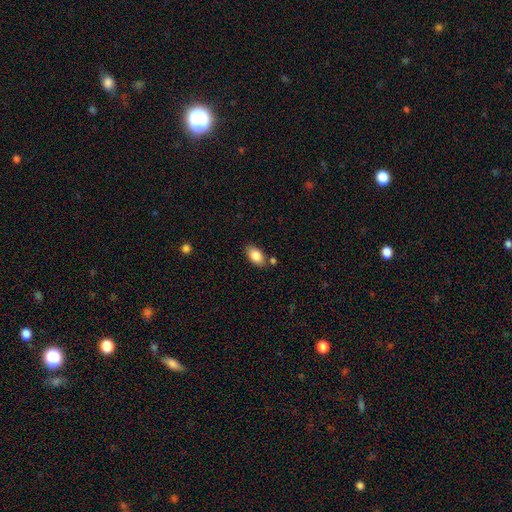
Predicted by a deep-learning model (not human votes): A smooth galaxy with no disk features (84%) that is in between round and cigar-shaped (92%).

Vote fractions:
- Smooth or featured? smooth: 84% / featured or disk: 9% / star or artifact: 7%
- How rounded? in between: 92% / round: 5% / cigar-shaped: 3%
- Merging? none: 78% / minor disturbance: 12% / merger: 7% / major disturbance: 3%